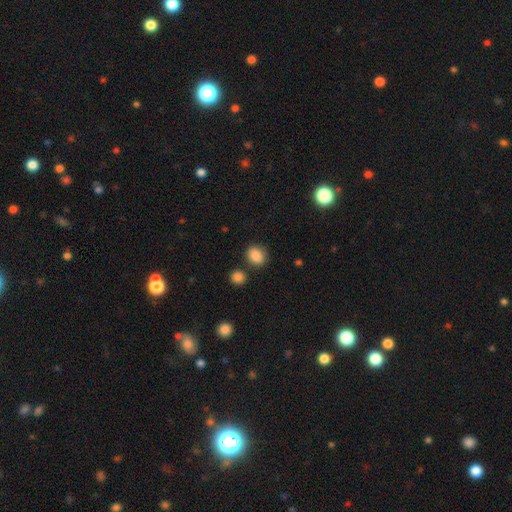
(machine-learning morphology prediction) Smooth or featured: smooth — 87% (star or artifact — 9%)
How rounded: round — 62% (in between — 37%)
Merging: none — 79% (minor disturbance — 11%)